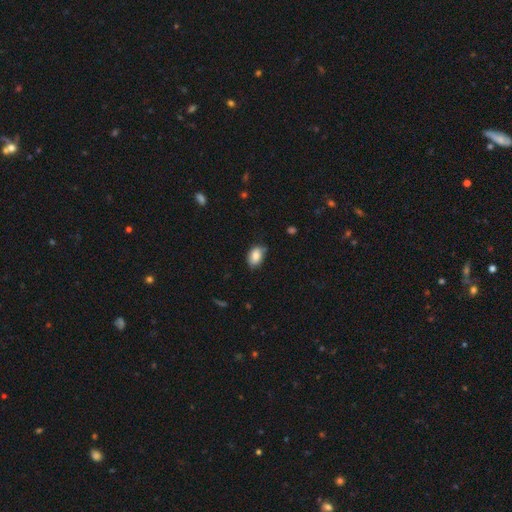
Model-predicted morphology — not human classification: Q: Smooth or featured?
A: smooth (79%); runner-up: featured or disk (13%)
Q: How rounded?
A: in between (85%); runner-up: round (14%)
Q: Merging?
A: none (63%); runner-up: minor disturbance (30%)